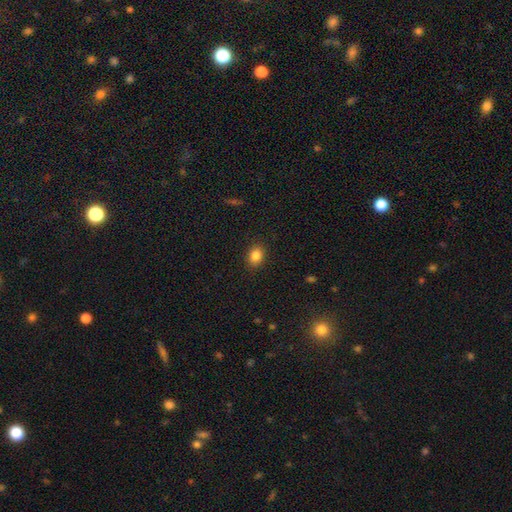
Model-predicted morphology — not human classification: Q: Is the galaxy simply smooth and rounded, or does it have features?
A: smooth — 85%.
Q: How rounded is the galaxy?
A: in between — 62%.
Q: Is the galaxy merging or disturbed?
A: none — 88%.